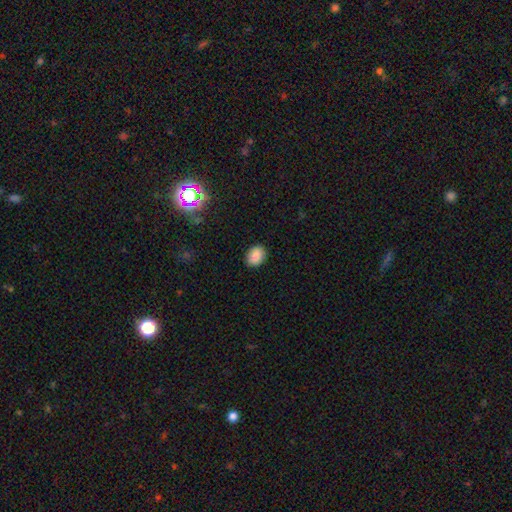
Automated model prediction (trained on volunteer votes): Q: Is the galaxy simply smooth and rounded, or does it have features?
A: smooth — 86%.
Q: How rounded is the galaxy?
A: in between — 64%.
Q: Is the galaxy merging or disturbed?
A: none — 88%.